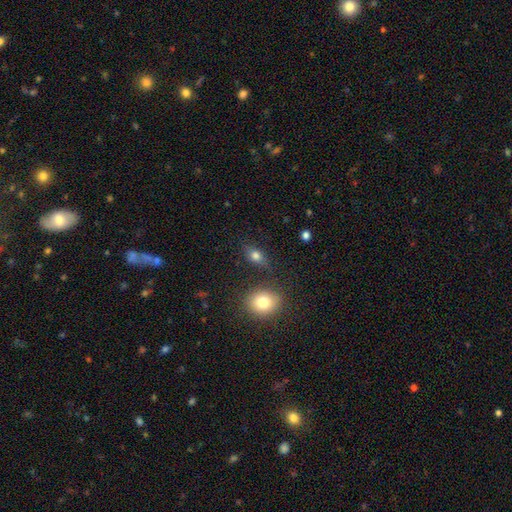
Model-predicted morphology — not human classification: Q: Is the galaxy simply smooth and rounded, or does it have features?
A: smooth — 76%.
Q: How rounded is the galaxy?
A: in between — 73%.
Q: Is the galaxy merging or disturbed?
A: none — 79%.